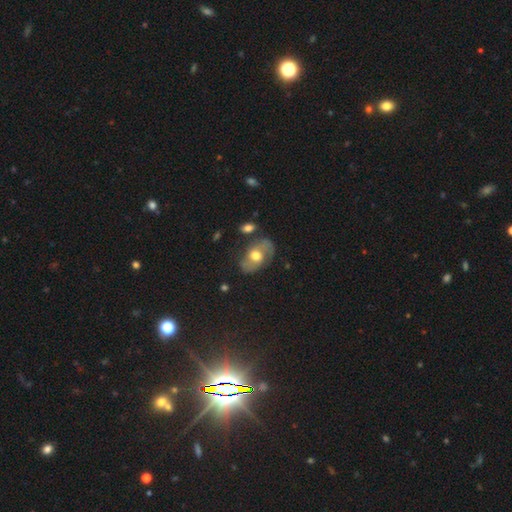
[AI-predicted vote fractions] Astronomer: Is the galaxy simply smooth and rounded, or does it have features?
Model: featured or disk — 53% (runner-up: smooth, 39%).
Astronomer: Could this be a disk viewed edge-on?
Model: no — 94%.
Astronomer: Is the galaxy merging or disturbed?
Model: none — 61%.